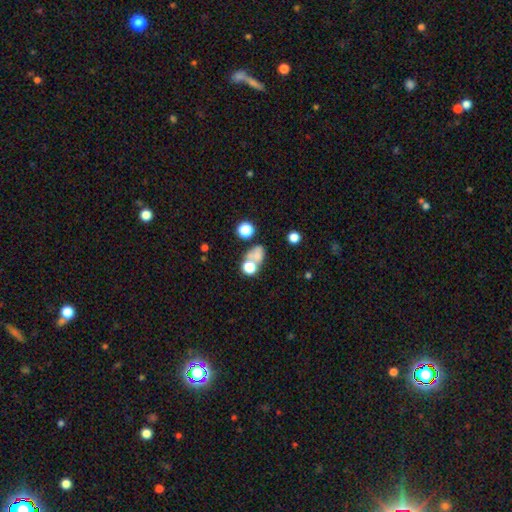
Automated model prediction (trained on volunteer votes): Morphology: type=smooth (63%); roundness=in between (53%); merging=merger (45%).